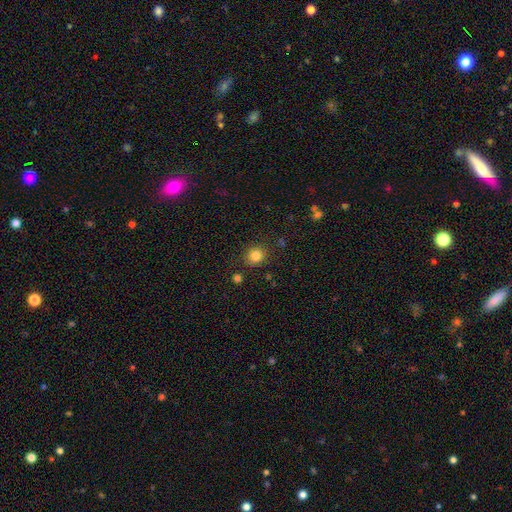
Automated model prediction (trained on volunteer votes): smooth 84%, star or artifact 12%, featured or disk 5%. Down the decision tree: how rounded — round (85%); merging — none (86%).